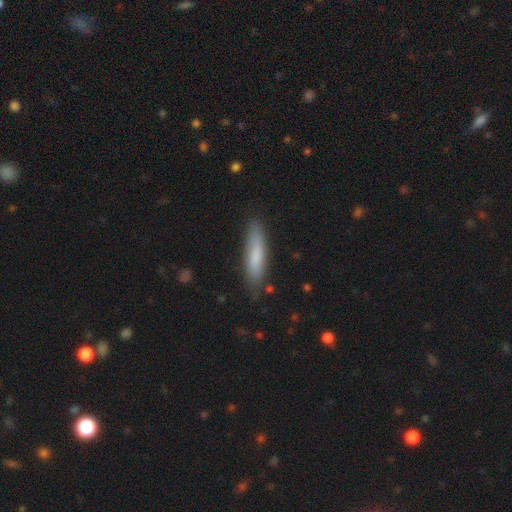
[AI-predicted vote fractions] Smooth or featured? Predicted: smooth (p=0.79). How rounded? Predicted: cigar-shaped (p=0.76). Merging? Predicted: none (p=0.82).